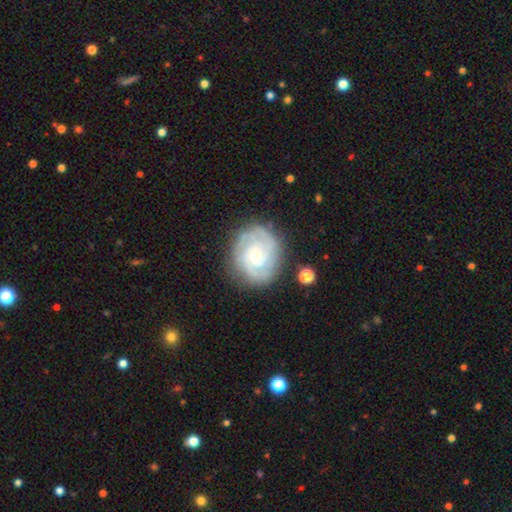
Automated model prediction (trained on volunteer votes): Smooth or featured?
  - featured or disk: 85% *
  - smooth: 9%
  - star or artifact: 6%
Edge-on disk?
  - no: 98% *
  - yes: 2%
Bar?
  - no: 73% *
  - weak: 22%
  - strong: 5%
Spiral arms?
  - yes: 96% *
  - no: 4%
Spiral winding?
  - tight: 74% *
  - medium: 22%
  - loose: 4%
Spiral arm count?
  - 3: 33% *
  - 2: 25%
  - can't tell: 21%
  - 4: 11%
  - more than 4: 5%
  - 1: 5%
Bulge size?
  - small: 51% *
  - moderate: 46%
  - large: 1%
  - none: 1%
  - dominant: 1%
Merging?
  - none: 82% *
  - minor disturbance: 13%
  - major disturbance: 4%
  - merger: 2%